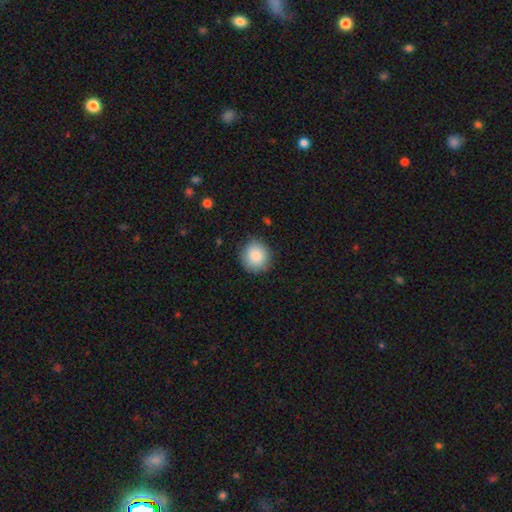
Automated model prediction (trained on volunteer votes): Q: Smooth or featured?
A: smooth (87%); runner-up: star or artifact (8%)
Q: How rounded?
A: round (89%); runner-up: in between (10%)
Q: Merging?
A: none (88%); runner-up: minor disturbance (9%)